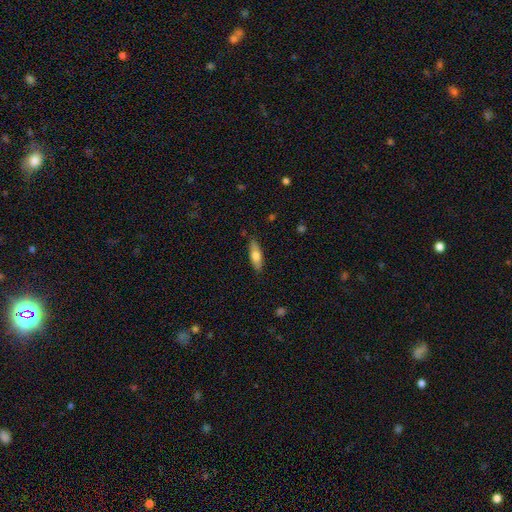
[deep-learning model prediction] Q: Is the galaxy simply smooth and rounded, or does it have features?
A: smooth — 68%.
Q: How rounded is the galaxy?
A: in between — 55%.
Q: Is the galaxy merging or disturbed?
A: none — 84%.